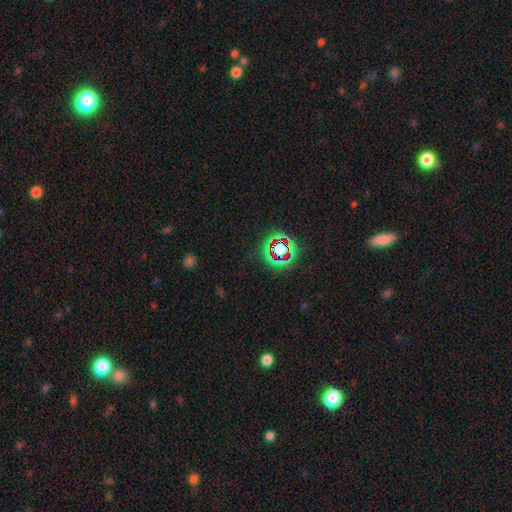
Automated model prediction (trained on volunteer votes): Morphology: type=star or artifact (61%).